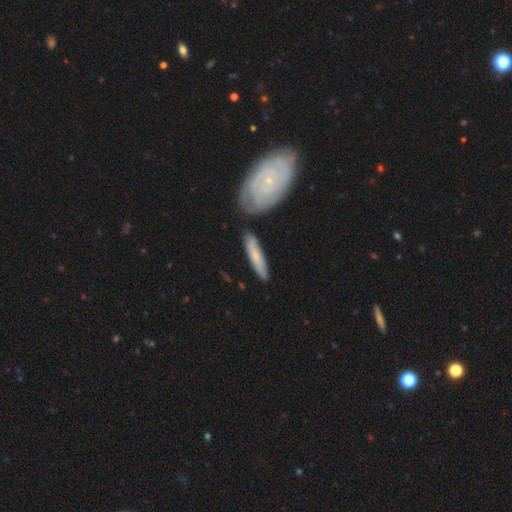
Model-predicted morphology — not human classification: A smooth galaxy with no disk features (56%) that is cigar-shaped (77%). Merging: none (73%).